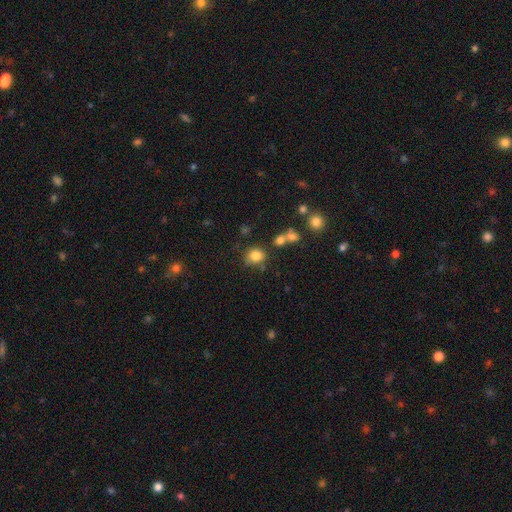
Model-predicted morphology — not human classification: A smooth galaxy with no disk features (82%) that is round (67%). Merging: none (69%).